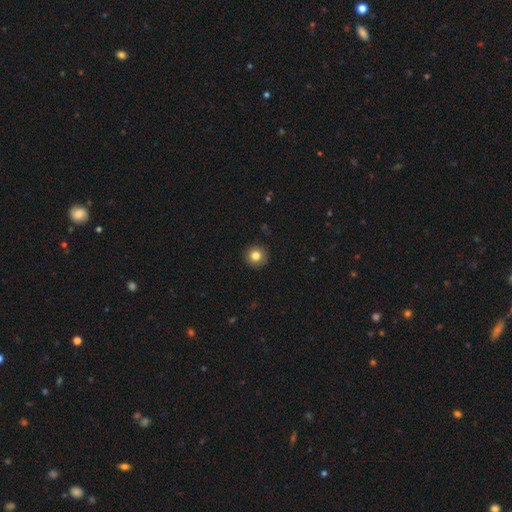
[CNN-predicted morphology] The model was most divided on "smooth or featured": smooth: 83%, star or artifact: 10%, featured or disk: 7%. More confident: how rounded — round (95%); merging — none (92%).